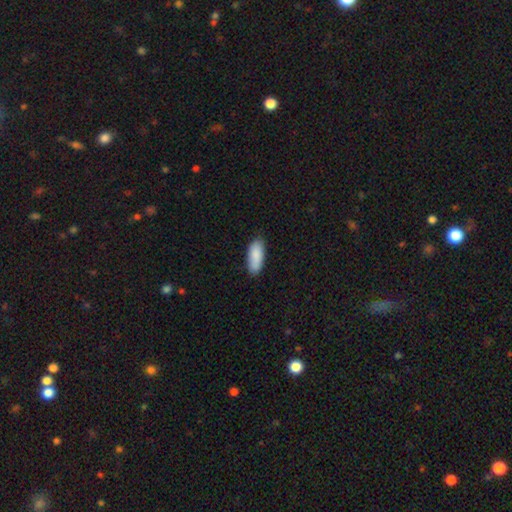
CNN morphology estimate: smooth-or-featured: smooth: 88% | featured or disk: 6% | star or artifact: 6%
  how-rounded: in between: 83% | cigar-shaped: 15% | round: 2%
  merging: none: 83% | minor disturbance: 14% | major disturbance: 2% | merger: 1%